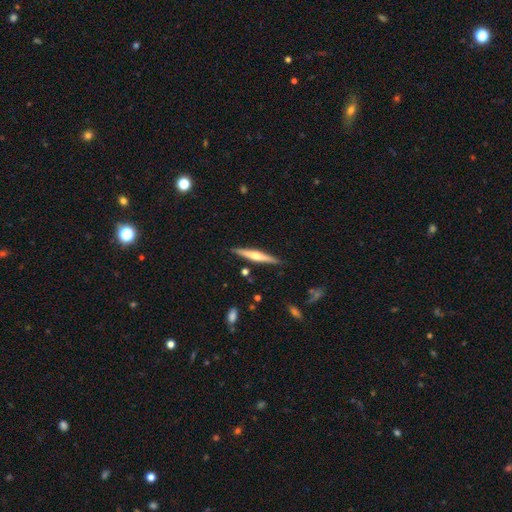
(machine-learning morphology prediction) Smooth or featured? featured or disk (59%)
Edge-on disk? yes (97%)
Edge-on bulge? rounded (83%)
Merging? none (88%)